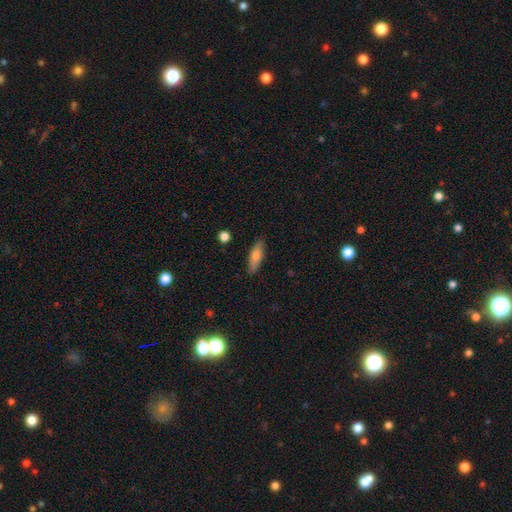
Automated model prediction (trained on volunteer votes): smooth_or_featured: smooth (p=0.70) [alt: featured or disk p=0.24]
how_rounded: in between (p=0.52) [alt: cigar-shaped p=0.45]
merging: none (p=0.86) [alt: minor disturbance p=0.10]